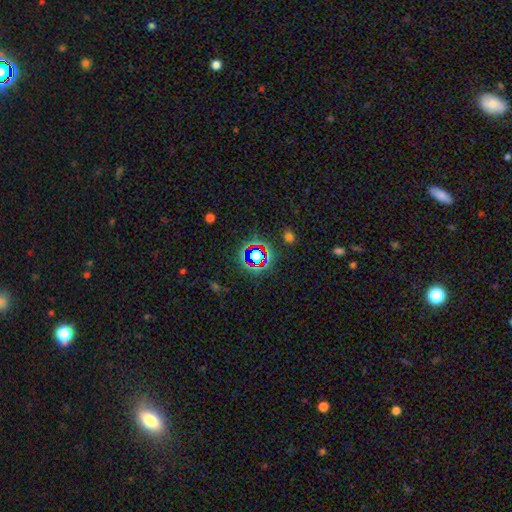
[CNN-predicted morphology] This appears to be a star or artifact, not a galaxy (66%).